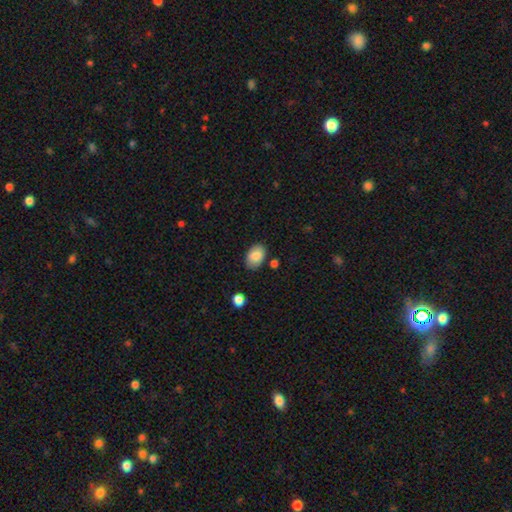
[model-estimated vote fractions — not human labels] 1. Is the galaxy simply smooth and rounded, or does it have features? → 86% smooth, 7% star or artifact, 7% featured or disk.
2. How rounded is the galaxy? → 86% in between, 13% round, 1% cigar-shaped.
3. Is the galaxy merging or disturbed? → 81% none, 14% minor disturbance, 3% major disturbance, 3% merger.